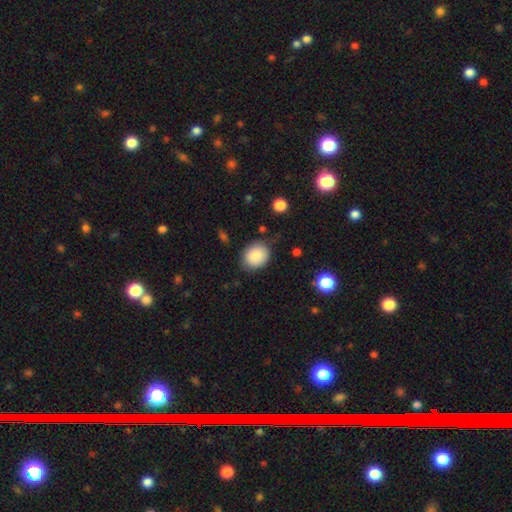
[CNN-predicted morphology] A smooth galaxy with no disk features (85%) that is round (66%). Merging: none (79%).